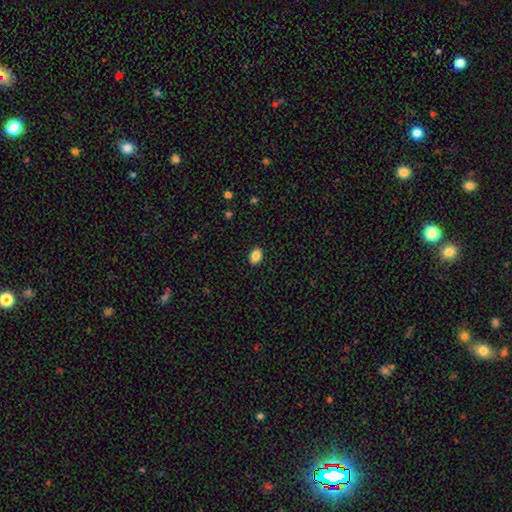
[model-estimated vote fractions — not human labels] A smooth galaxy with no disk features (88%) that is in between round and cigar-shaped (84%). Merging: none (90%).